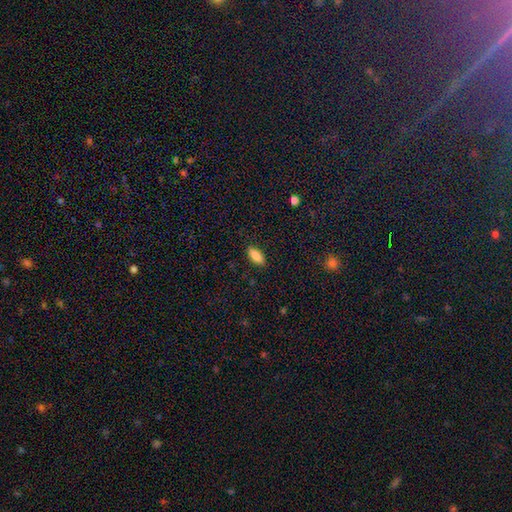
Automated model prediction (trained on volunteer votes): Smooth or featured? smooth (87%)
How rounded? in between (82%)
Merging? none (89%)